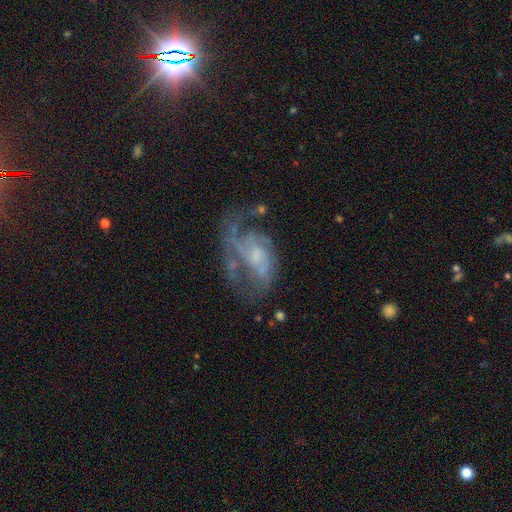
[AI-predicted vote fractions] The model was most divided on "merging": none: 40%, major disturbance: 35%, minor disturbance: 19%, merger: 5%. Remaining: edge-on disk — no (97%); spiral arms — yes (83%); smooth or featured — featured or disk (77%); bar — no (60%); spiral winding — medium (44%); bulge size — small (41%); spiral arm count — 2 (34%).